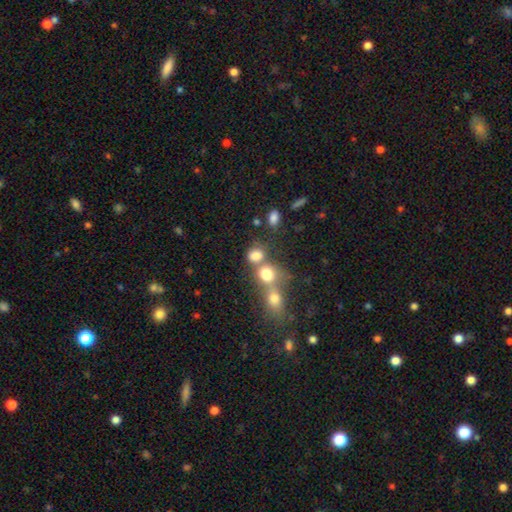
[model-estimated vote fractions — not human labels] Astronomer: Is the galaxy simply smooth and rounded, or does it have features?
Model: smooth — 76%.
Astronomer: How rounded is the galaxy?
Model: round — 50% (runner-up: in between, 48%).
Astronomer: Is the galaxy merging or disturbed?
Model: merger — 49% (runner-up: none, 35%).